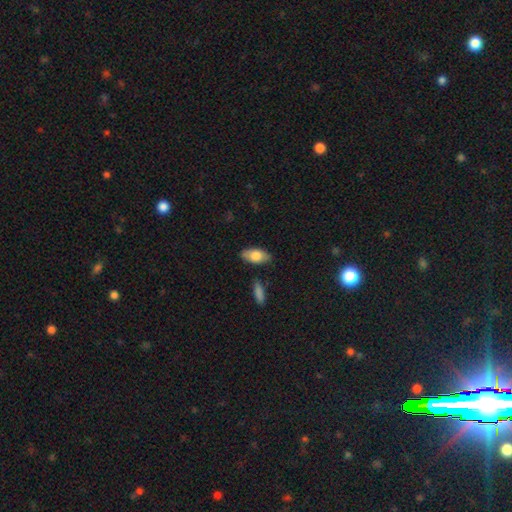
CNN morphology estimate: This appears to be a smooth galaxy with no disk features (74%) that is in between round and cigar-shaped (90%). Merging: none (79%).